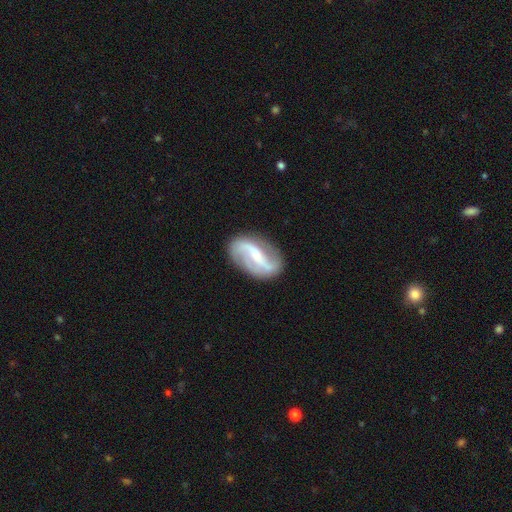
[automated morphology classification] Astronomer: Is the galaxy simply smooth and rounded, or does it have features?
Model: featured or disk — 81%.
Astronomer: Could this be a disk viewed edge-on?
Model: no — 96%.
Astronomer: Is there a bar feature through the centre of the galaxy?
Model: strong — 50% (runner-up: weak, 35%).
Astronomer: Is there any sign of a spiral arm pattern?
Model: yes — 92%.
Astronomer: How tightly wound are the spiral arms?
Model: loose — 62%.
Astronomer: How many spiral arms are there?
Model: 2 — 87%.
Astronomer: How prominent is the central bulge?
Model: small — 43% (runner-up: moderate, 33%).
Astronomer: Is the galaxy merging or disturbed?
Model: none — 77%.